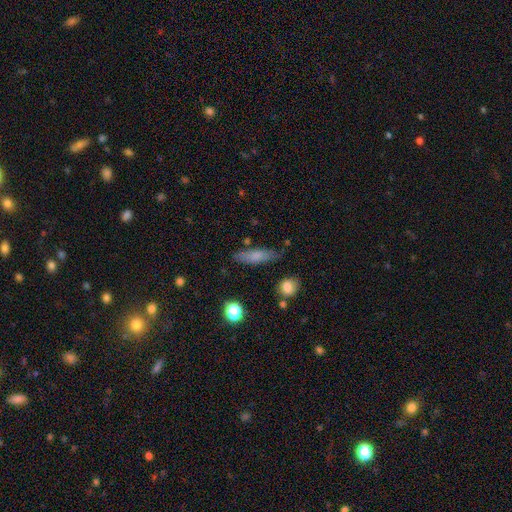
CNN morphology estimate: This is likely a smooth galaxy (71%). How rounded: possibly cigar-shaped (59%). Merging: likely none (76%).